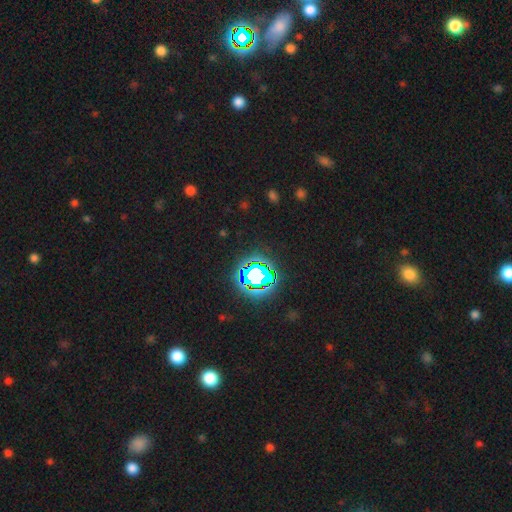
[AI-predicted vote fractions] Smooth or featured: star or artifact — 81% (smooth — 12%)